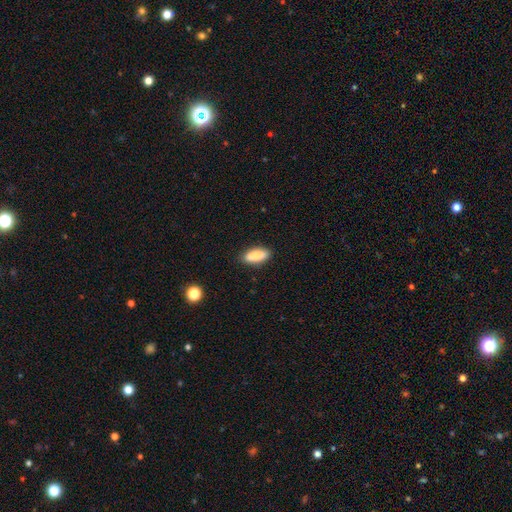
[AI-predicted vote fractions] Morphology: type=smooth (84%); roundness=in between (75%); merging=none (88%).